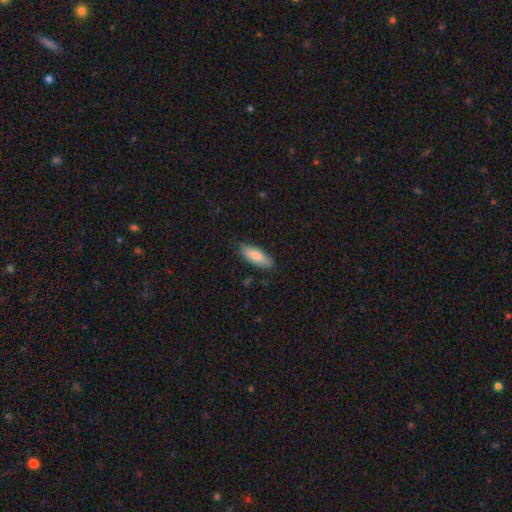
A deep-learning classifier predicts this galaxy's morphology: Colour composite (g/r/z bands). It shows a smooth galaxy with no disk features (84%) that is in between round and cigar-shaped (74%). Merging: none (79%).